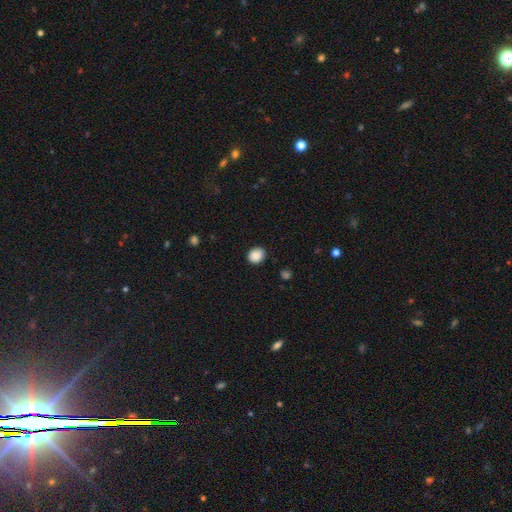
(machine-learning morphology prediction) Q: Smooth or featured?
A: smooth (88%); runner-up: star or artifact (8%)
Q: How rounded?
A: round (68%); runner-up: in between (31%)
Q: Merging?
A: none (88%); runner-up: minor disturbance (9%)